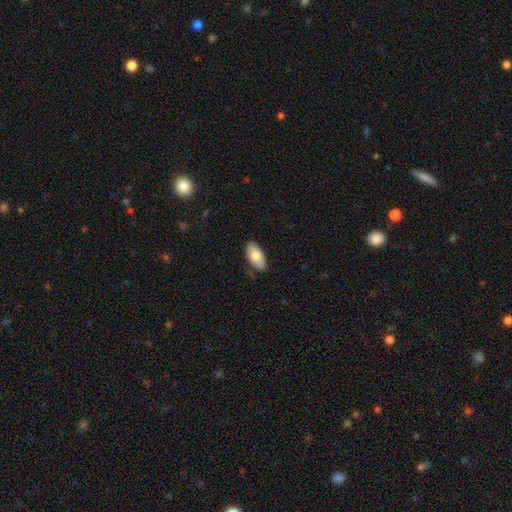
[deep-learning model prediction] Smooth or featured? Predicted: smooth (p=0.79). How rounded? Predicted: in between (p=0.94). Merging? Predicted: none (p=0.81).